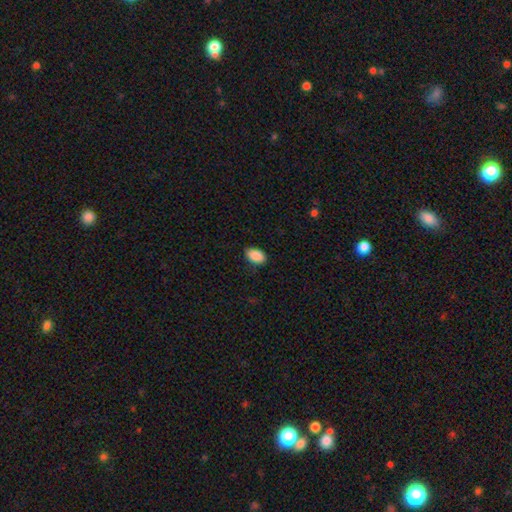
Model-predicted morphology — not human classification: The model was most divided on "merging": none: 86%, minor disturbance: 11%, major disturbance: 2%, merger: 1%. More confident: how rounded — in between (91%); smooth or featured — smooth (90%).